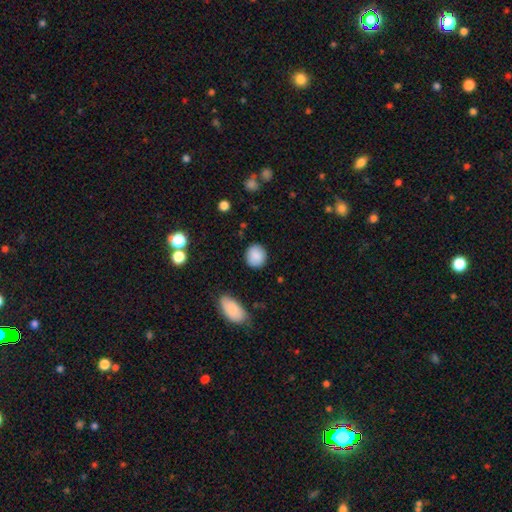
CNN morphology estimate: Smooth or featured?
  - smooth: 88% *
  - star or artifact: 7%
  - featured or disk: 4%
How rounded?
  - round: 82% *
  - in between: 17%
  - cigar-shaped: 1%
Merging?
  - none: 87% *
  - minor disturbance: 9%
  - major disturbance: 2%
  - merger: 2%